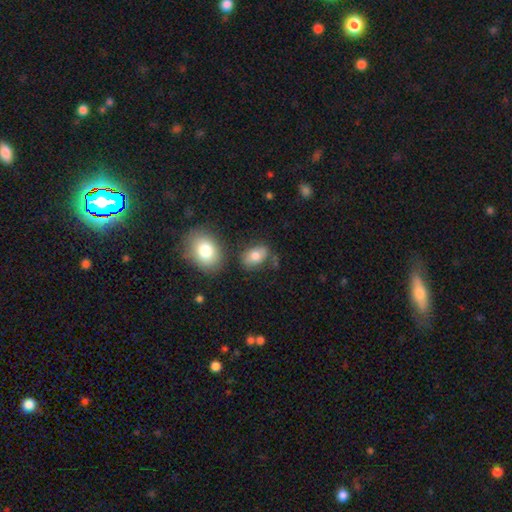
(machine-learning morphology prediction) Smooth or featured? Predicted: smooth (p=0.79). How rounded? Predicted: in between (p=0.86). Merging? Predicted: none (p=0.71).